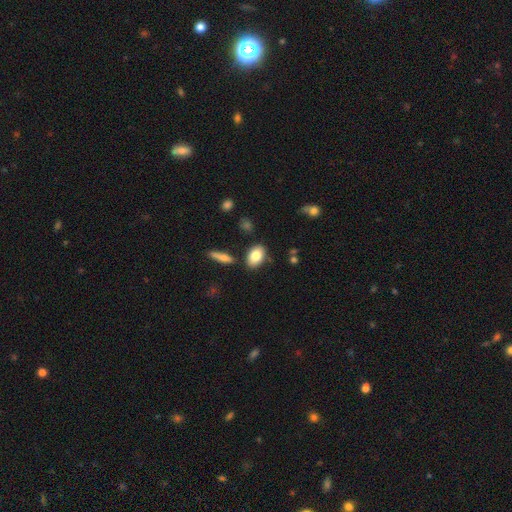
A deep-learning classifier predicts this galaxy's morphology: Smooth or featured?
  - smooth: 82% *
  - featured or disk: 11%
  - star or artifact: 7%
How rounded?
  - in between: 88% *
  - round: 10%
  - cigar-shaped: 2%
Merging?
  - none: 81% *
  - minor disturbance: 11%
  - merger: 5%
  - major disturbance: 3%